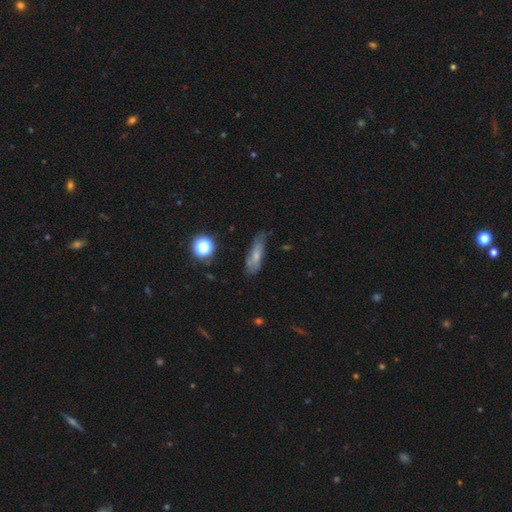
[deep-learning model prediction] Smooth or featured? smooth (62%)
How rounded? cigar-shaped (51%)
Merging? none (58%)